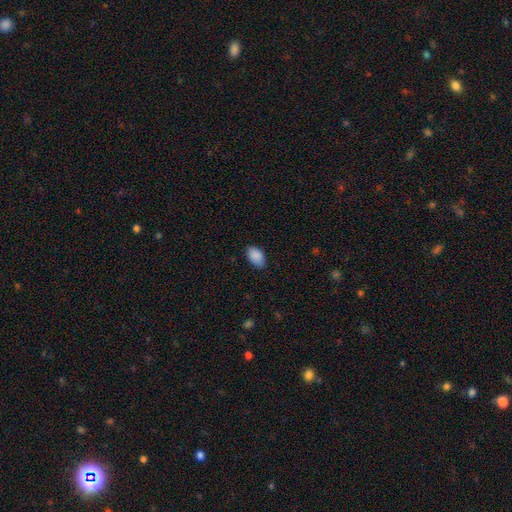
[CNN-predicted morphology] A smooth galaxy with no disk features (90%) that is in between round and cigar-shaped (93%).

Vote fractions:
- Smooth or featured? smooth: 90% / star or artifact: 7% / featured or disk: 3%
- How rounded? in between: 93% / round: 6% / cigar-shaped: 1%
- Merging? none: 85% / minor disturbance: 12% / major disturbance: 2% / merger: 1%